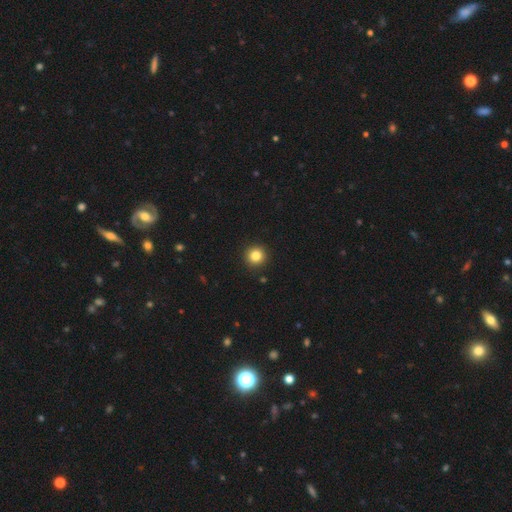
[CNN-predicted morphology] A smooth galaxy with no disk features (84%) that is round (95%).

Vote fractions:
- Smooth or featured? smooth: 84% / star or artifact: 11% / featured or disk: 5%
- How rounded? round: 95% / in between: 4% / cigar-shaped: 1%
- Merging? none: 93% / minor disturbance: 4% / major disturbance: 2% / merger: 1%